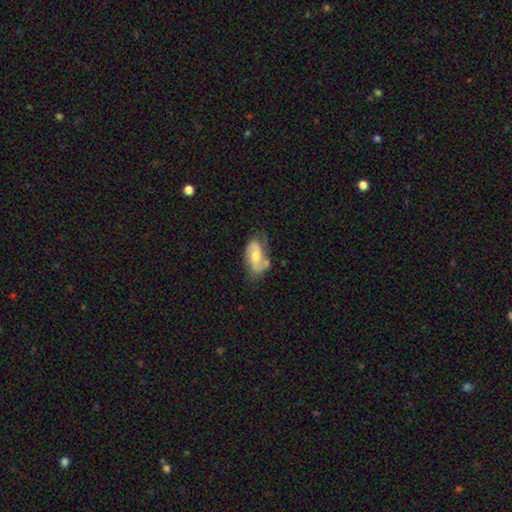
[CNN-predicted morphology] featured or disk 68%, smooth 26%, star or artifact 6%. Down the decision tree: edge-on disk — no (96%); bar — no (49%); spiral arms — yes (88%); spiral arm count — 2 (85%); spiral winding — medium (44%); bulge size — moderate (62%); merging — none (53%).